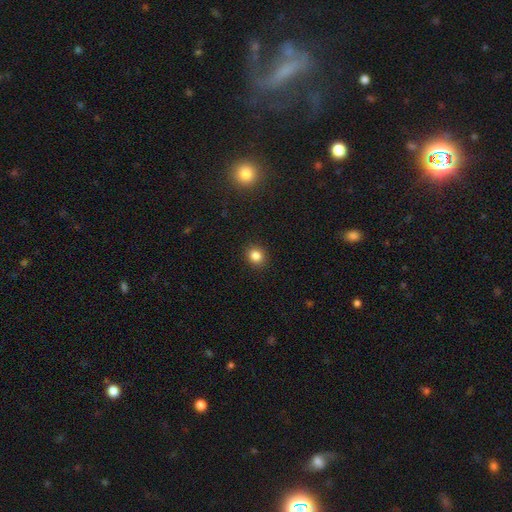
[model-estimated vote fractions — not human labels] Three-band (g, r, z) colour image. It shows a smooth galaxy with no disk features (84%) that is round (75%). Merging: none (91%).